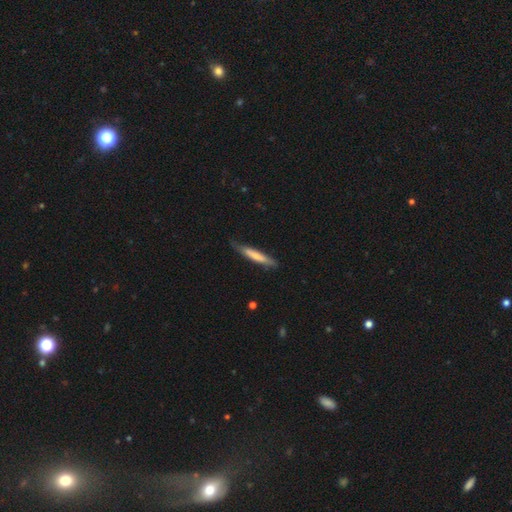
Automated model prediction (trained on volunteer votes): Smooth or featured: smooth — 65% (featured or disk — 30%)
How rounded: cigar-shaped — 92% (in between — 7%)
Merging: none — 71% (minor disturbance — 23%)